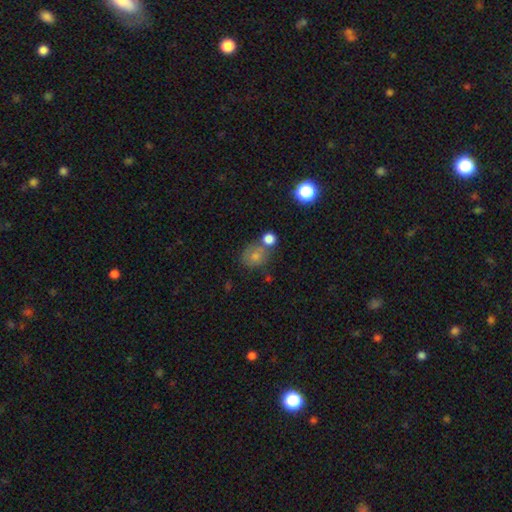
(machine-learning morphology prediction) Smooth or featured: smooth — 73% (featured or disk — 14%)
How rounded: round — 63% (in between — 36%)
Merging: none — 44% (merger — 30%)